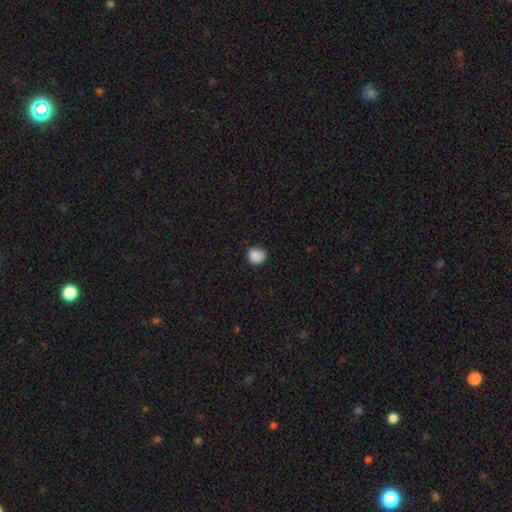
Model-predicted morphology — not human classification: smooth-or-featured: smooth: 87% | star or artifact: 9% | featured or disk: 4%
  how-rounded: round: 85% | in between: 14% | cigar-shaped: 1%
  merging: none: 74% | minor disturbance: 20% | major disturbance: 4% | merger: 2%